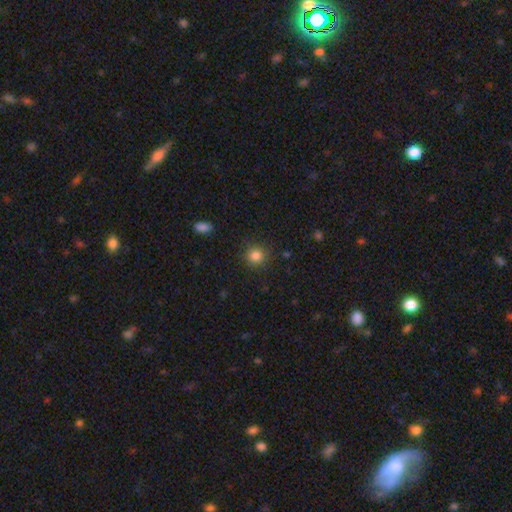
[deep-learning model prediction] Q: Smooth or featured?
A: smooth (84%); runner-up: star or artifact (12%)
Q: How rounded?
A: round (89%); runner-up: in between (10%)
Q: Merging?
A: none (87%); runner-up: minor disturbance (9%)